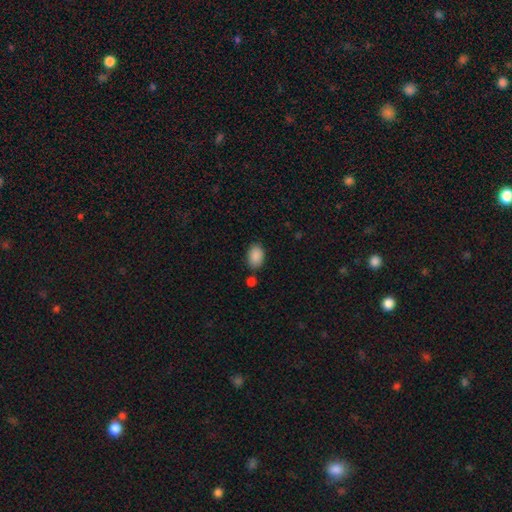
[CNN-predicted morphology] A smooth galaxy with no disk features (89%) that is in between round and cigar-shaped (88%).

Vote fractions:
- Smooth or featured? smooth: 89% / star or artifact: 7% / featured or disk: 3%
- How rounded? in between: 88% / round: 11% / cigar-shaped: 1%
- Merging? none: 77% / minor disturbance: 13% / merger: 7% / major disturbance: 3%